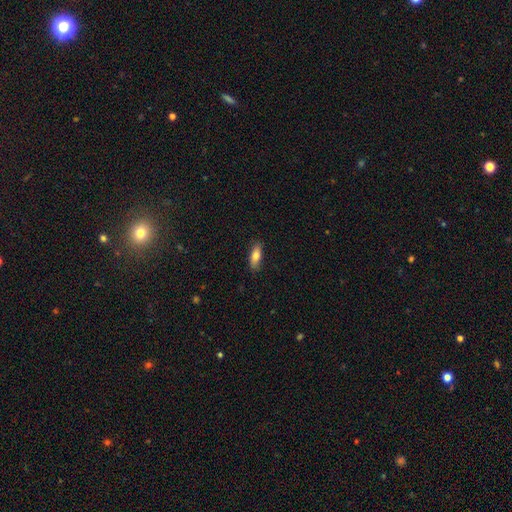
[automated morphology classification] The model was most divided on "how rounded": in between: 67%, cigar-shaped: 31%, round: 3%. More confident: merging — none (86%); smooth or featured — smooth (77%).